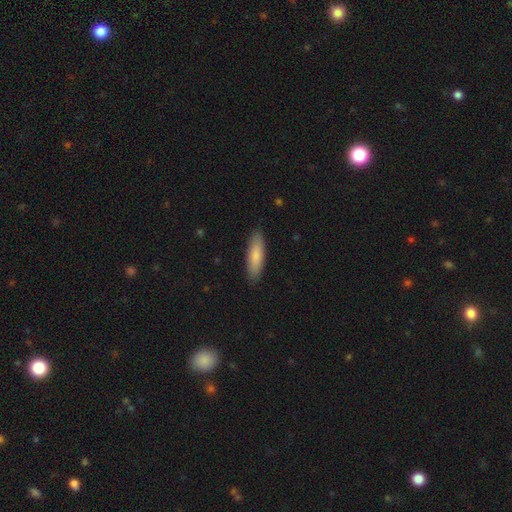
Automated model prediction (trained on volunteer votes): Smooth or featured: smooth — 81% (featured or disk — 13%)
How rounded: cigar-shaped — 58% (in between — 40%)
Merging: none — 89% (minor disturbance — 9%)